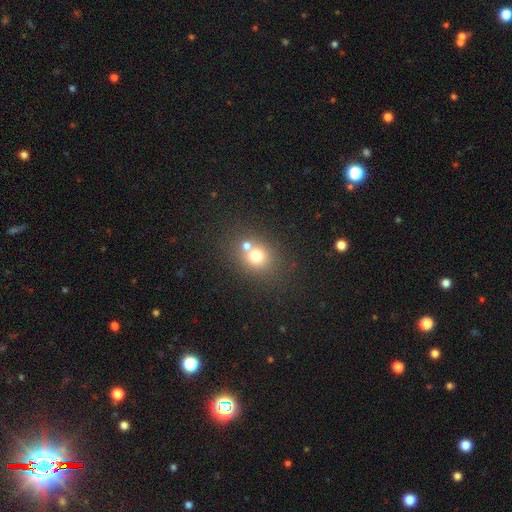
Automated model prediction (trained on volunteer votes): The model was most divided on "merging": none: 49%, merger: 40%, minor disturbance: 8%, major disturbance: 3%. More confident: how rounded — round (73%); smooth or featured — smooth (70%).